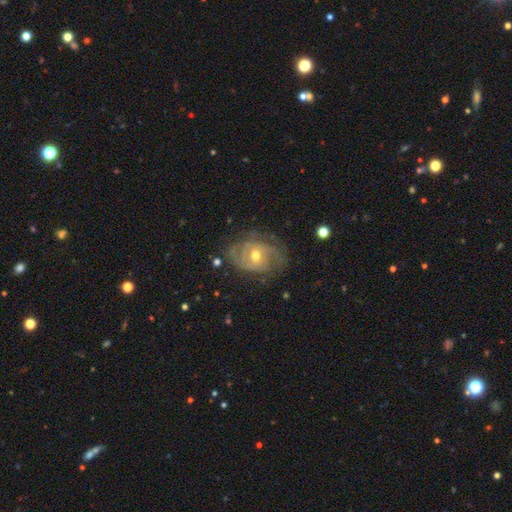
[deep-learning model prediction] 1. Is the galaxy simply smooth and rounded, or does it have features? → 80% featured or disk, 14% smooth, 6% star or artifact.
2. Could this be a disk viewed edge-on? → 96% no, 4% yes.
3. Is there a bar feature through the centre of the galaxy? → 57% no, 35% weak, 8% strong.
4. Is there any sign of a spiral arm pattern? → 87% yes, 13% no.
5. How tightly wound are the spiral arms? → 56% tight, 32% medium, 11% loose.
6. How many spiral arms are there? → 37% can't tell, 32% 2, 16% 3, 5% 1, 5% 4, 4% more than 4.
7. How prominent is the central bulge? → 62% moderate, 34% small, 2% large, 1% none, 1% dominant.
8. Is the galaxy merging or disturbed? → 64% none, 22% minor disturbance, 12% major disturbance, 2% merger.